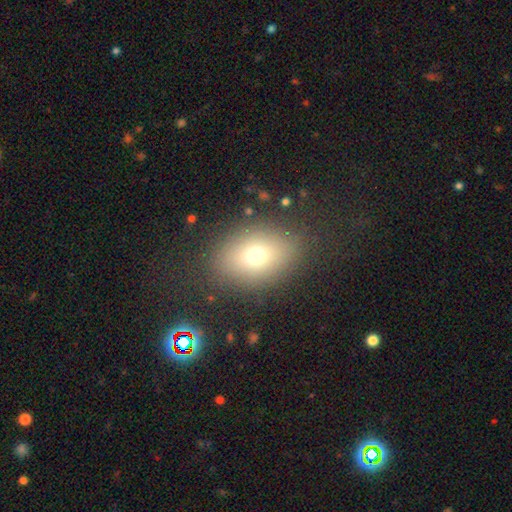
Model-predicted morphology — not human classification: Smooth or featured?
  - smooth: 70% *
  - featured or disk: 15%
  - star or artifact: 14%
How rounded?
  - in between: 73% *
  - round: 25%
  - cigar-shaped: 1%
Merging?
  - none: 81% *
  - minor disturbance: 11%
  - major disturbance: 6%
  - merger: 2%